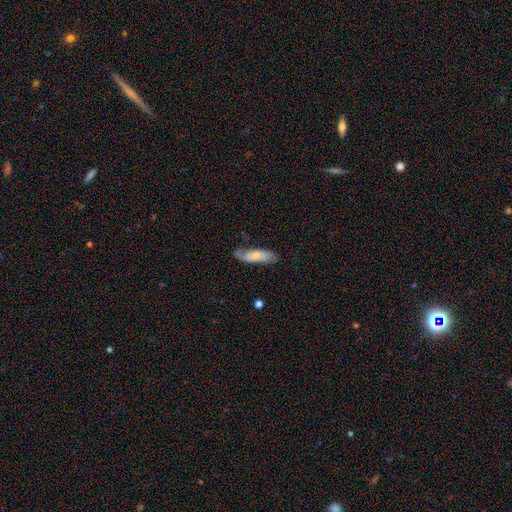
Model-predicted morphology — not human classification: Overall: smooth (51%; featured or disk 43%). How rounded: in between (52%; cigar-shaped 46%). Merging: none (64%).